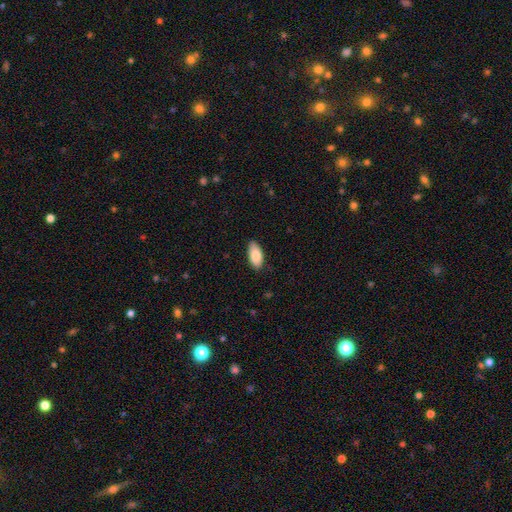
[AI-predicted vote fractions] smooth 86%, featured or disk 8%, star or artifact 6%. Down the decision tree: how rounded — in between (91%); merging — none (84%).